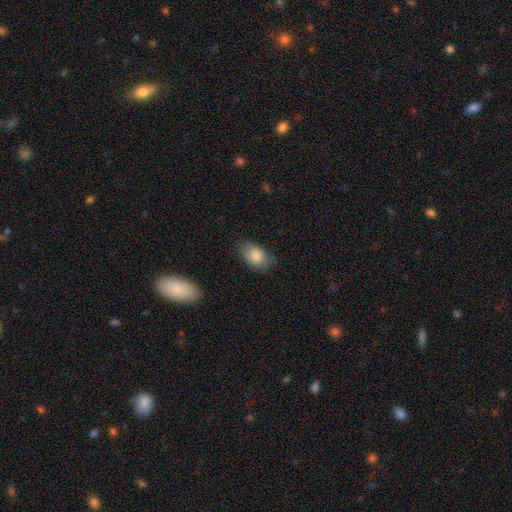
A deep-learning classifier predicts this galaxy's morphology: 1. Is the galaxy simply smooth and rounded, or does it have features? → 85% smooth, 8% featured or disk, 7% star or artifact.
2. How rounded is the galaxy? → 88% in between, 10% round, 2% cigar-shaped.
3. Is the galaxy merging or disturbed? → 72% none, 21% minor disturbance, 6% major disturbance, 1% merger.